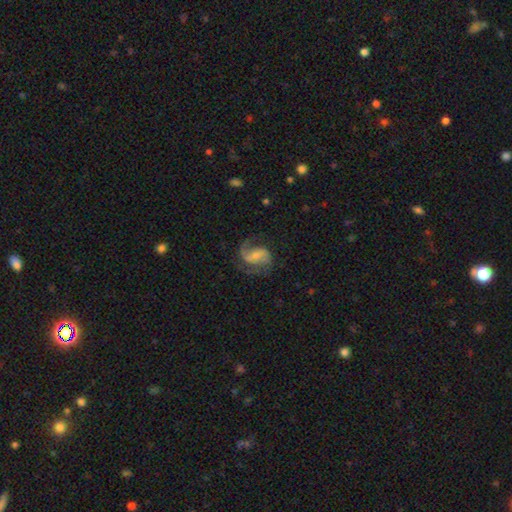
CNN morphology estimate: Overall: featured or disk (80%). Edge-on disk: no (98%). Bar: weak (49%; no 29%). Spiral arms: yes (94%). Spiral arm count: 2 (76%). Spiral winding: medium (48%; loose 37%). Bulge size: small (43%; moderate 32%). Merging: none (59%; major disturbance 20%).